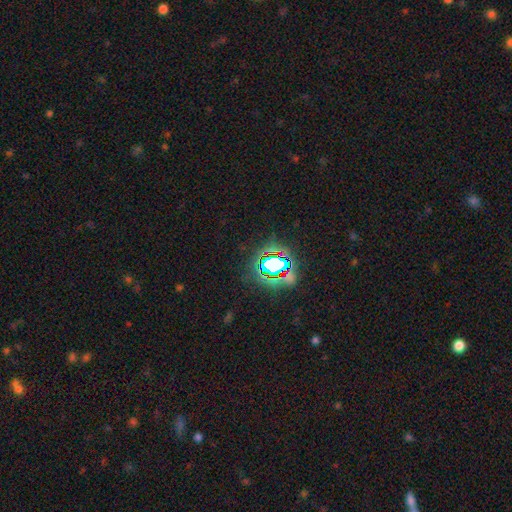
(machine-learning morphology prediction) Q: Smooth or featured?
A: star or artifact (81%); runner-up: smooth (12%)